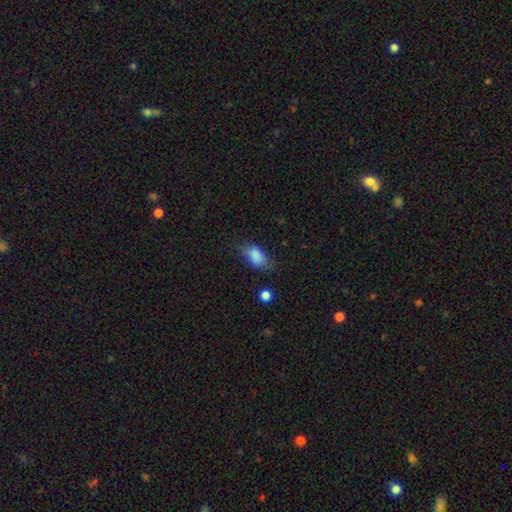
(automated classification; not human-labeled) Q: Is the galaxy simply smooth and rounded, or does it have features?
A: smooth — 83%.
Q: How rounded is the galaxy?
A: in between — 86%.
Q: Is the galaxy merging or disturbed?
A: none — 56%.